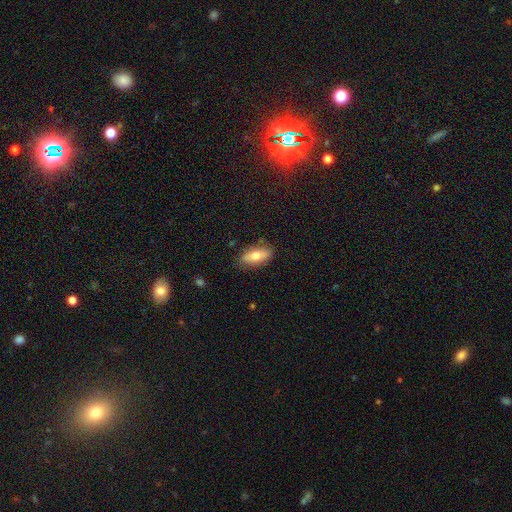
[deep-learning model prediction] Smooth or featured?
  - smooth: 70% *
  - featured or disk: 23%
  - star or artifact: 7%
How rounded?
  - in between: 79% *
  - cigar-shaped: 18%
  - round: 3%
Merging?
  - none: 82% *
  - minor disturbance: 14%
  - major disturbance: 3%
  - merger: 2%